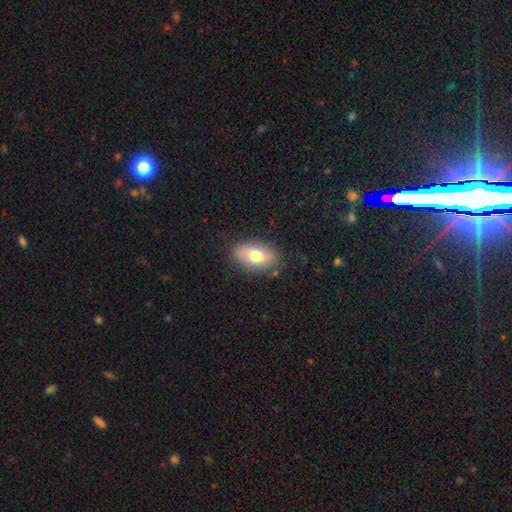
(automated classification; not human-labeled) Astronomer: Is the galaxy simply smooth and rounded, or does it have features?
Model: smooth — 73%.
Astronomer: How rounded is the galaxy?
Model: in between — 88%.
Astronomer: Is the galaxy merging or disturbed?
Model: none — 83%.